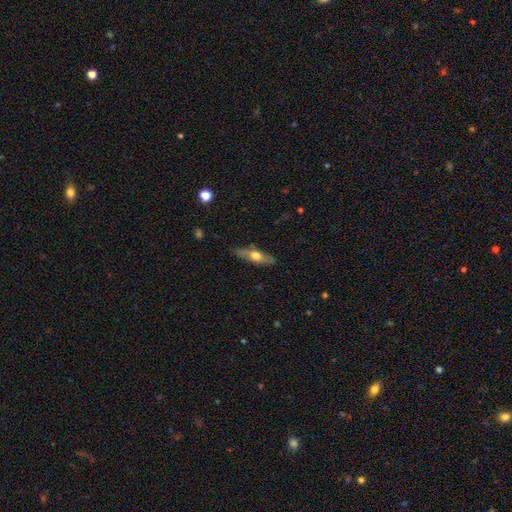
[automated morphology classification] Q: Smooth or featured?
A: smooth (48%); runner-up: featured or disk (46%)
Q: Merging?
A: none (79%); runner-up: minor disturbance (16%)